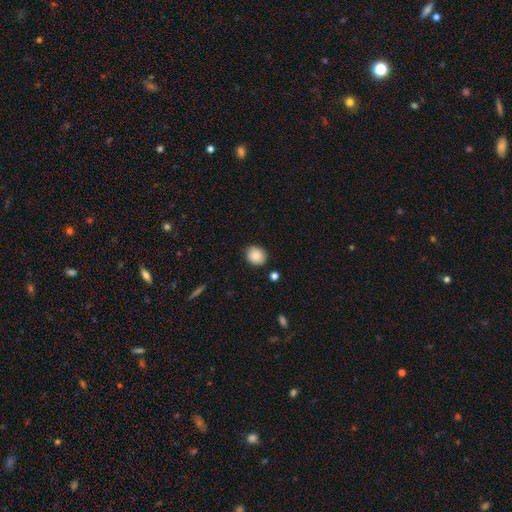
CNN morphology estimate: This is clearly a smooth galaxy (85%). How rounded: likely round (72%). Merging: clearly none (85%).